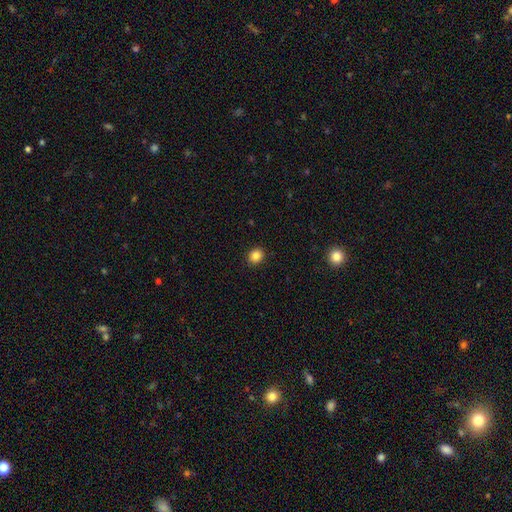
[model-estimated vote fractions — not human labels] Smooth or featured: smooth — 85% (star or artifact — 10%)
How rounded: round — 67% (in between — 32%)
Merging: none — 91% (minor disturbance — 6%)